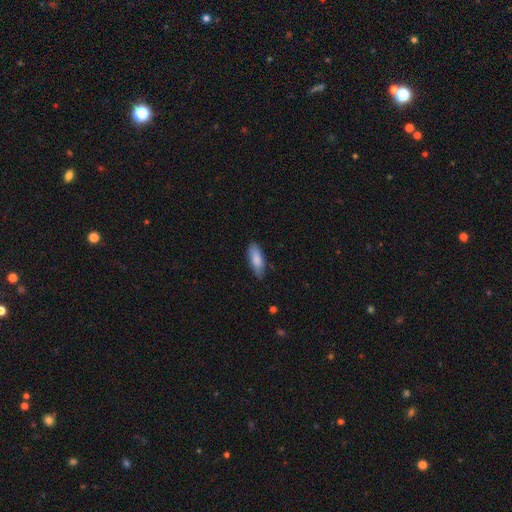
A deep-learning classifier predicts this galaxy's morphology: Smooth or featured?
  - smooth: 80% *
  - featured or disk: 14%
  - star or artifact: 7%
How rounded?
  - in between: 59% *
  - cigar-shaped: 39%
  - round: 2%
Merging?
  - none: 80% *
  - minor disturbance: 16%
  - major disturbance: 2%
  - merger: 1%